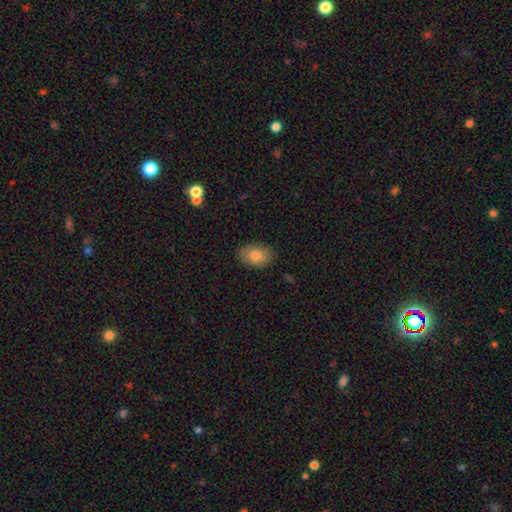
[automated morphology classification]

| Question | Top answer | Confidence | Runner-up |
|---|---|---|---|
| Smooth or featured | smooth | 82% | featured or disk (9%) |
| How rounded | in between | 85% | round (14%) |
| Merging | none | 86% | minor disturbance (10%) |